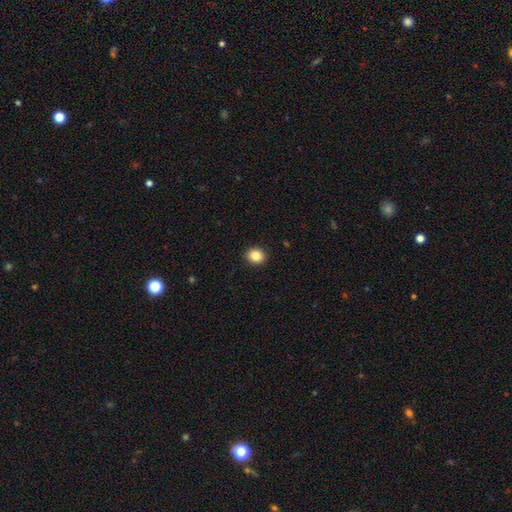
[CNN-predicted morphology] The model was most divided on "how rounded": round: 69%, in between: 31%, cigar-shaped: 1%. More confident: merging — none (92%); smooth or featured — smooth (86%).